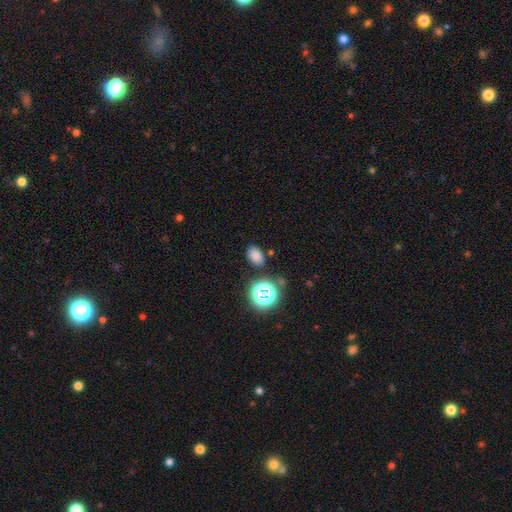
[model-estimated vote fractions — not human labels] smooth 76%, star or artifact 18%, featured or disk 5%. Down the decision tree: how rounded — in between (79%); merging — none (83%).